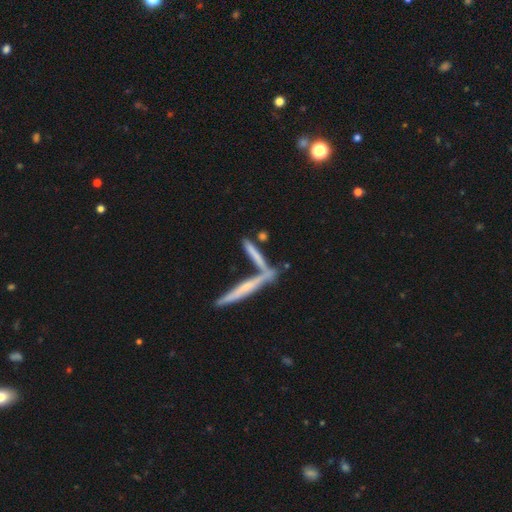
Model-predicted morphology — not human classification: Smooth or featured?
  - smooth: 49% *
  - featured or disk: 42%
  - star or artifact: 9%
Merging?
  - none: 54% *
  - merger: 31%
  - minor disturbance: 11%
  - major disturbance: 5%